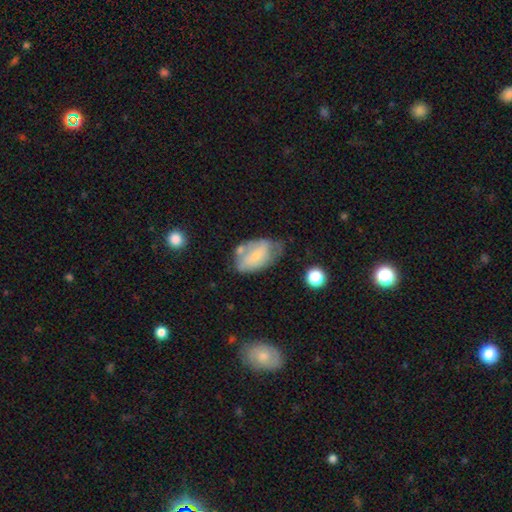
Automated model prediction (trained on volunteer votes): Q: Smooth or featured?
A: smooth (53%); runner-up: featured or disk (39%)
Q: How rounded?
A: in between (91%); runner-up: round (7%)
Q: Merging?
A: none (39%); runner-up: minor disturbance (32%)